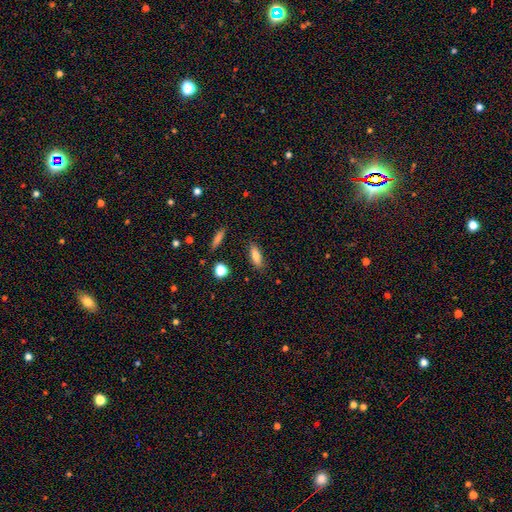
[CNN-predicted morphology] Smooth or featured: smooth — 79% (featured or disk — 12%)
How rounded: in between — 58% (cigar-shaped — 39%)
Merging: none — 84% (minor disturbance — 11%)